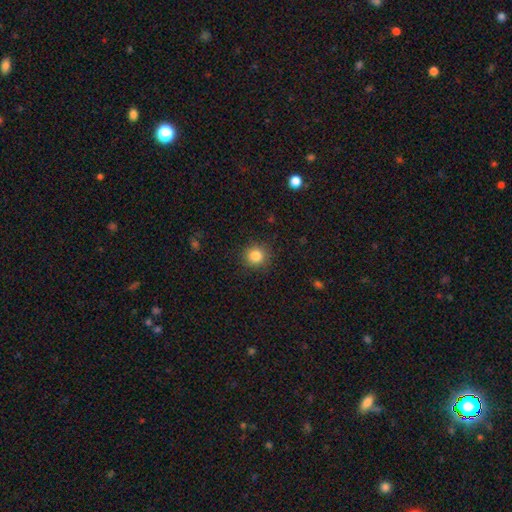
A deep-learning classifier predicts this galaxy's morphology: smooth-or-featured: smooth: 85% | star or artifact: 11% | featured or disk: 5%
  how-rounded: round: 92% | in between: 7% | cigar-shaped: 1%
  merging: none: 89% | minor disturbance: 7% | major disturbance: 3% | merger: 1%